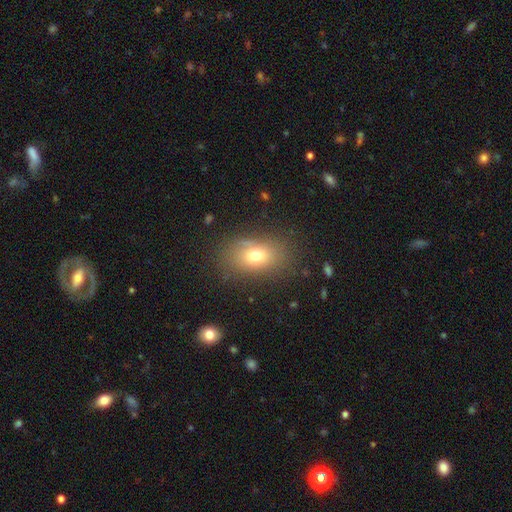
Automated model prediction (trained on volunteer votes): This appears to be a smooth galaxy with no disk features (70%) that is in between round and cigar-shaped (82%). Merging: none (78%).